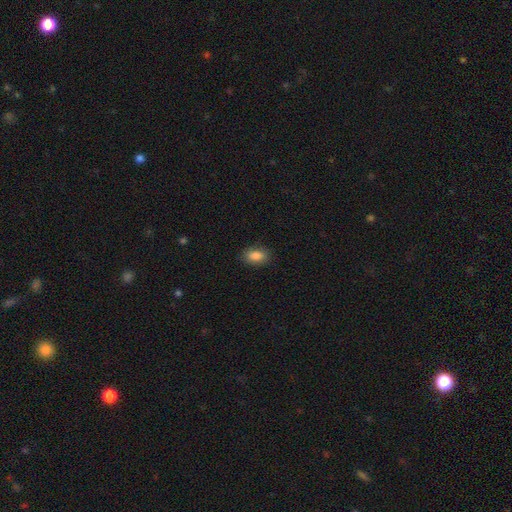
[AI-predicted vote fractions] This appears to be a smooth galaxy with no disk features (87%) that is in between round and cigar-shaped (88%). Merging: none (85%).